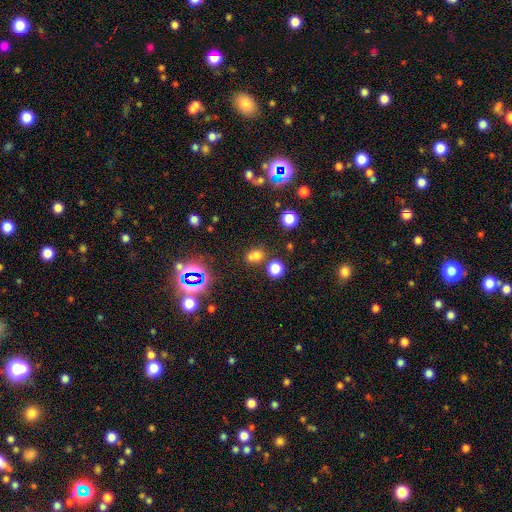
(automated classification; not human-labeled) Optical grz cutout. It shows a smooth galaxy with no disk features (61%) that is round (56%). Merging: none (55%).